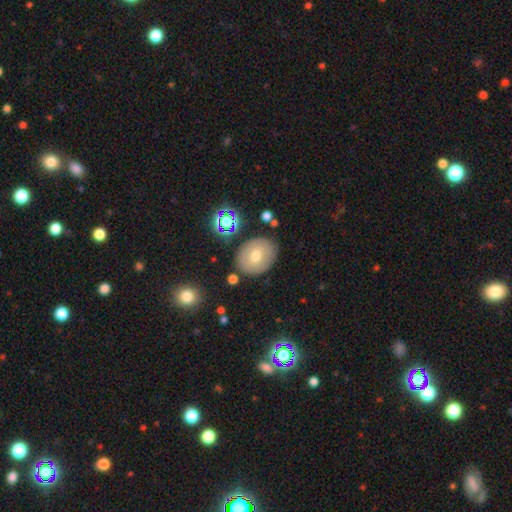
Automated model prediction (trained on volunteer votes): smooth_or_featured: smooth (p=0.63) [alt: featured or disk p=0.25]
how_rounded: in between (p=0.52) [alt: round p=0.47]
merging: none (p=0.82) [alt: minor disturbance p=0.12]